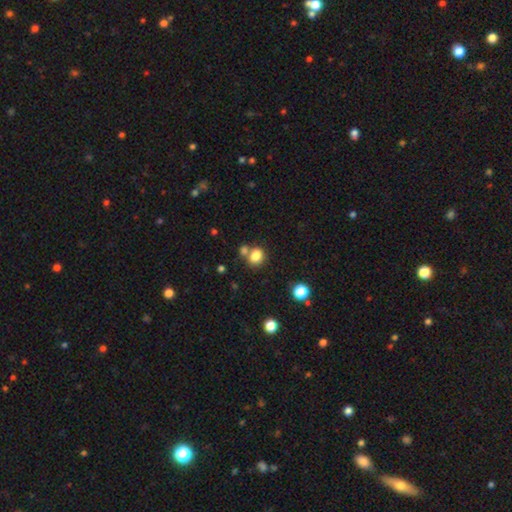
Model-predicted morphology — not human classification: smooth-or-featured: smooth: 82% | star or artifact: 12% | featured or disk: 6%
  how-rounded: round: 58% | in between: 41% | cigar-shaped: 1%
  merging: none: 55% | merger: 30% | minor disturbance: 11% | major disturbance: 4%